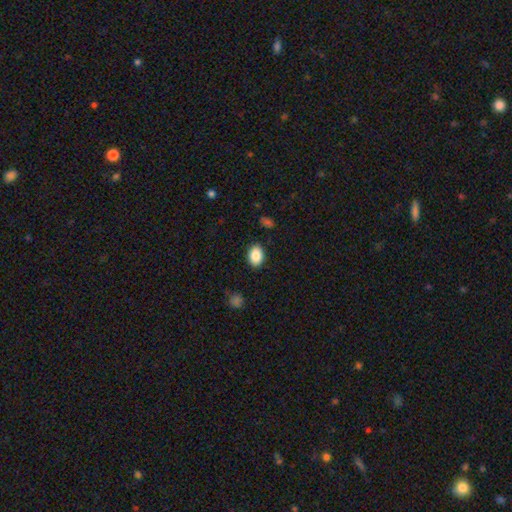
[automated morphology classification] Smooth or featured: smooth — 87% (star or artifact — 8%)
How rounded: in between — 75% (round — 24%)
Merging: none — 88% (minor disturbance — 9%)